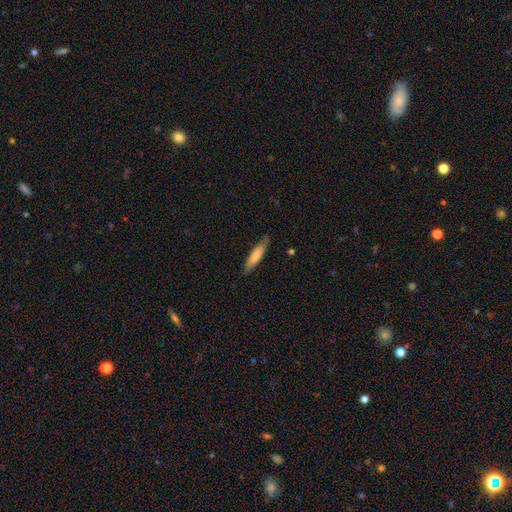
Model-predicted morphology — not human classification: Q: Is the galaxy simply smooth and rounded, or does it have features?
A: smooth — 70%.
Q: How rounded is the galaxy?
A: cigar-shaped — 83%.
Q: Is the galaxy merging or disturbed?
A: none — 84%.